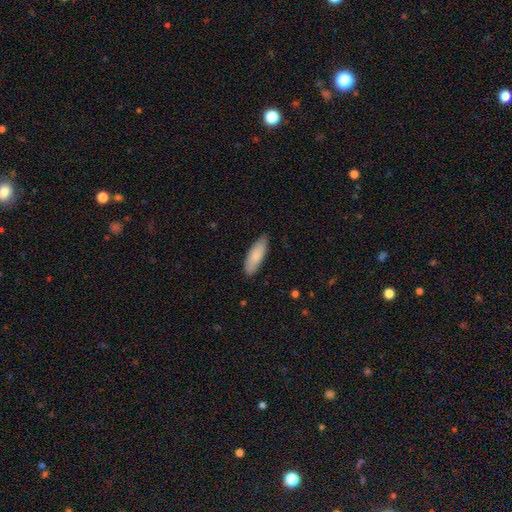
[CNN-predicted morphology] The model was most divided on "how rounded": in between: 67%, cigar-shaped: 32%, round: 1%. More confident: smooth or featured — smooth (86%); merging — none (84%).